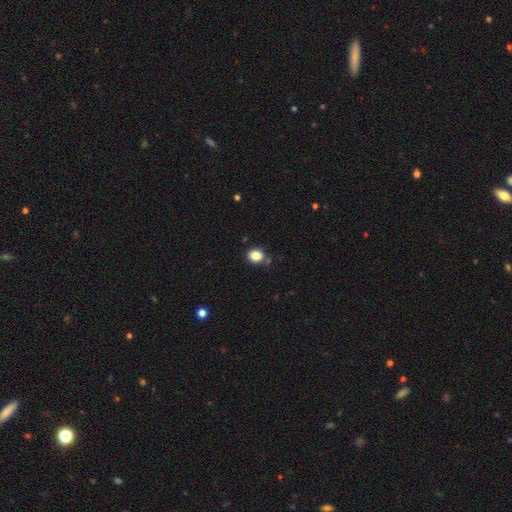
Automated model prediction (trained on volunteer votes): A smooth galaxy with no disk features (84%) that is round (76%). Merging: none (80%).